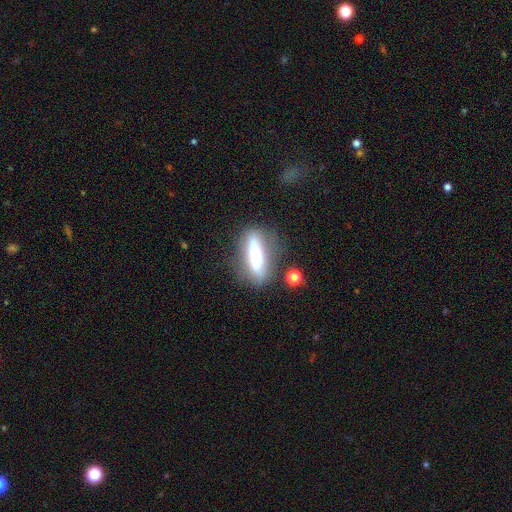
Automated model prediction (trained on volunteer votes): smooth_or_featured: smooth (p=0.58) [alt: featured or disk p=0.33]
how_rounded: cigar-shaped (p=0.65) [alt: in between p=0.33]
merging: none (p=0.70) [alt: minor disturbance p=0.17]